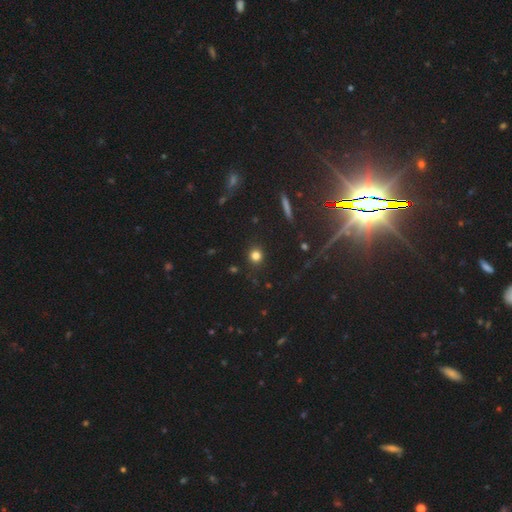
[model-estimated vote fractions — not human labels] smooth-or-featured: smooth: 79% | star or artifact: 15% | featured or disk: 6%
  how-rounded: round: 88% | in between: 11% | cigar-shaped: 1%
  merging: none: 88% | minor disturbance: 7% | major disturbance: 2% | merger: 2%